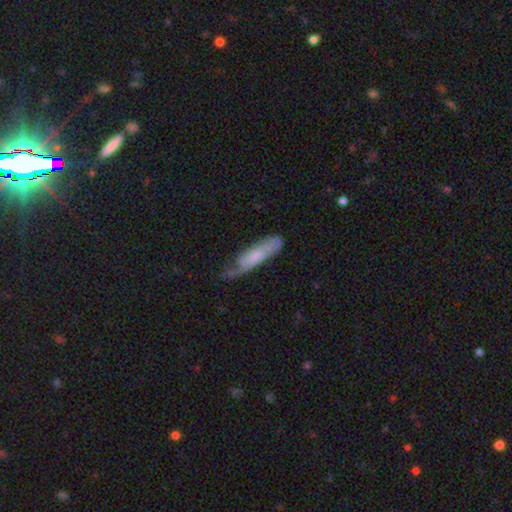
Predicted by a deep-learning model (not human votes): Smooth or featured? featured or disk (50%)
Merging? none (46%)